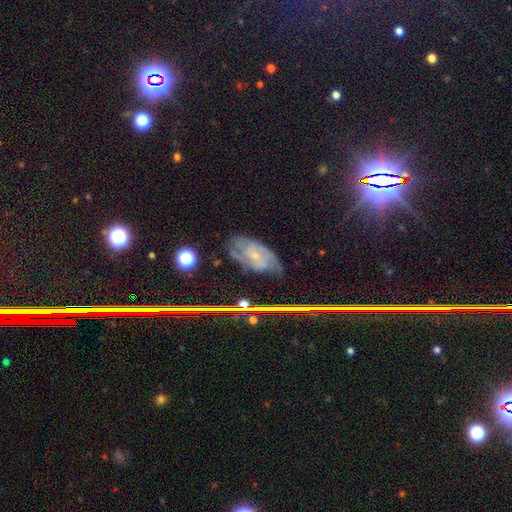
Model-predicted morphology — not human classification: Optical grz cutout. It shows a featured or disk galaxy (74%) with no bar (66%), tight (52%) spiral arms (93%) and a small central bulge (78%). Merging: none (69%).